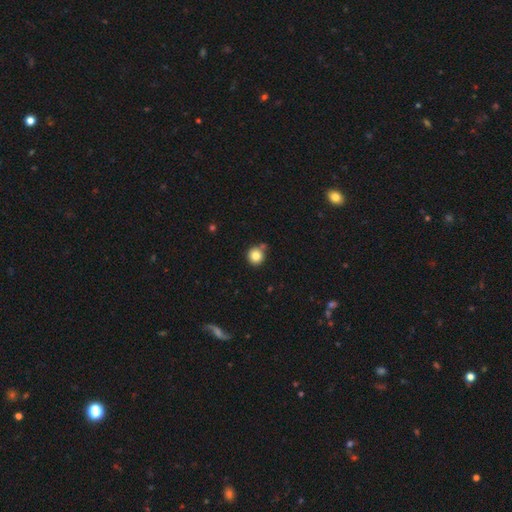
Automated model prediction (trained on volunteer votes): This appears to be a smooth galaxy with no disk features (83%) that is round (92%). Merging: none (72%).